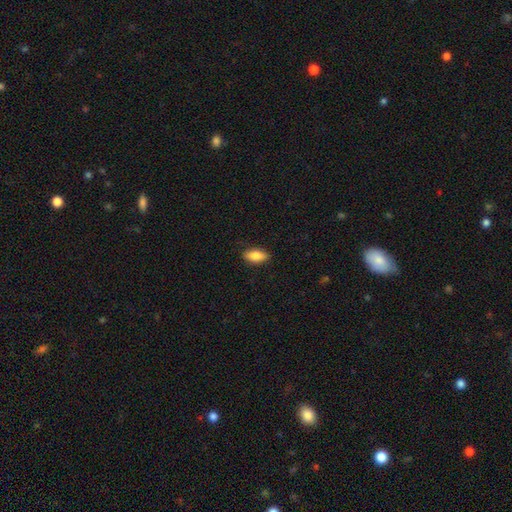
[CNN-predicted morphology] A smooth galaxy with no disk features (84%) that is in between round and cigar-shaped (88%).

Vote fractions:
- Smooth or featured? smooth: 84% / featured or disk: 9% / star or artifact: 7%
- How rounded? in between: 88% / cigar-shaped: 9% / round: 3%
- Merging? none: 87% / minor disturbance: 10% / major disturbance: 2% / merger: 1%